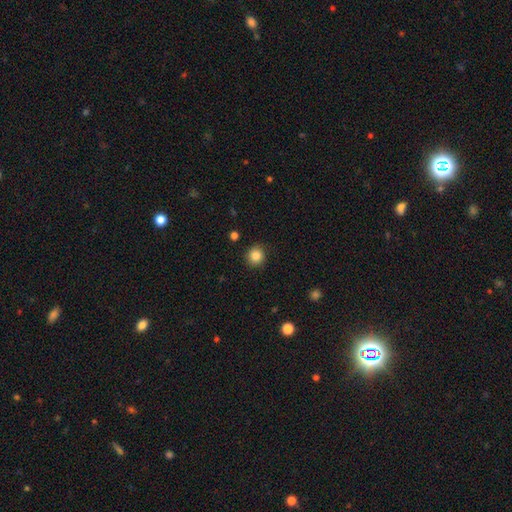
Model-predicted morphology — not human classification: A smooth galaxy with no disk features (85%) that is round (91%). Merging: none (90%).